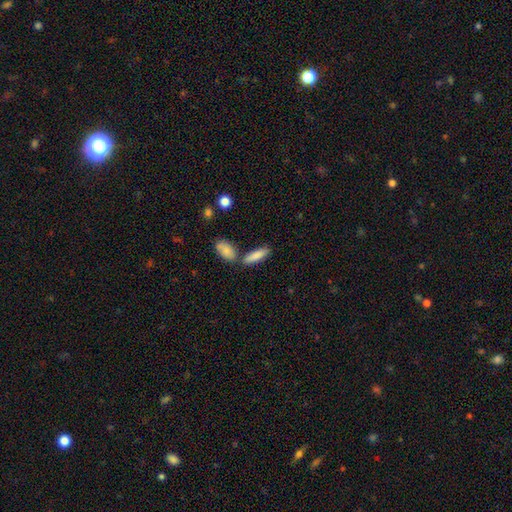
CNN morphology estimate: Overall: smooth (85%). How rounded: cigar-shaped (52%; in between 46%). Merging: none (65%).